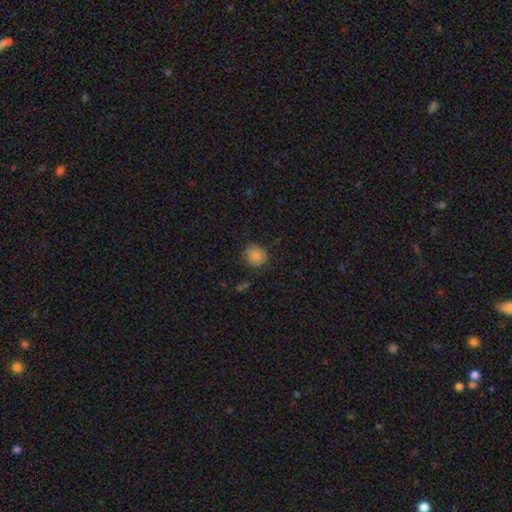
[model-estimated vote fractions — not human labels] A smooth galaxy with no disk features (85%) that is round (77%). Merging: none (79%).